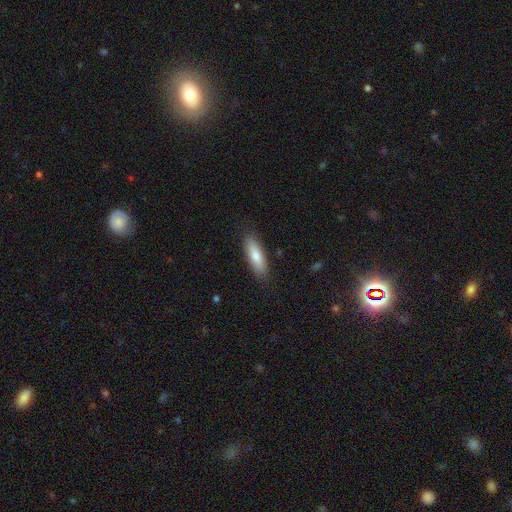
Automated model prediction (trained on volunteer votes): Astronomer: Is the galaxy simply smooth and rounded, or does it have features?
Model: smooth — 75%.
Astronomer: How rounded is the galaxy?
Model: cigar-shaped — 51% (runner-up: in between, 47%).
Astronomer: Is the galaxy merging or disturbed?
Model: none — 87%.